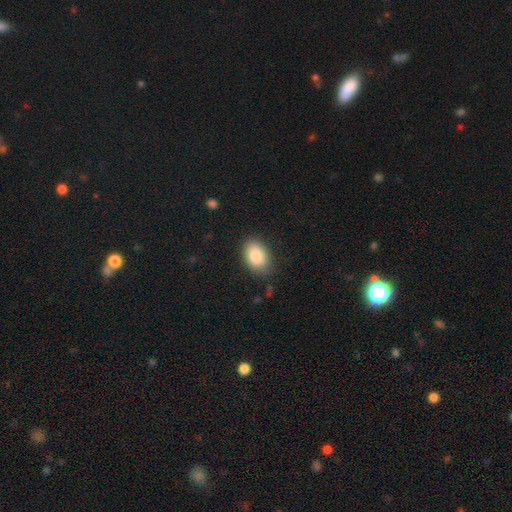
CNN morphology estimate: Q: Smooth or featured?
A: smooth (87%); runner-up: star or artifact (7%)
Q: How rounded?
A: in between (87%); runner-up: round (12%)
Q: Merging?
A: none (82%); runner-up: minor disturbance (14%)